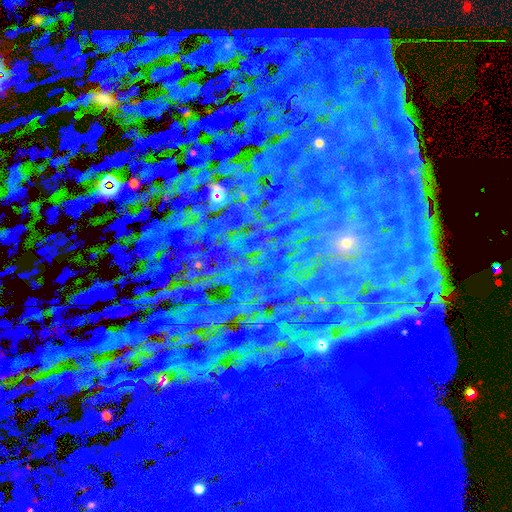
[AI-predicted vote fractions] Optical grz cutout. It shows a star or artifact, not a galaxy (84%).